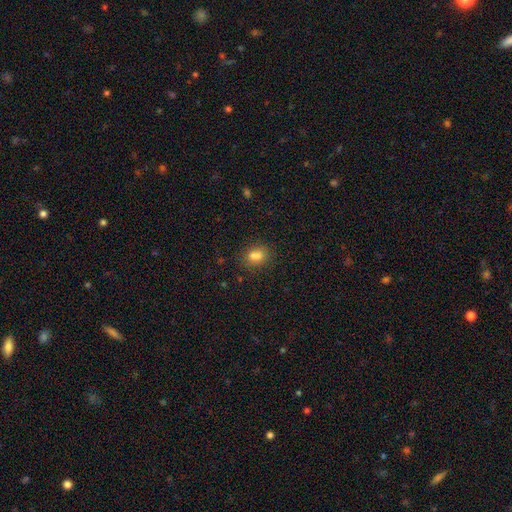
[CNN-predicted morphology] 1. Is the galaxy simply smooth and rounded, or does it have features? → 80% smooth, 12% star or artifact, 8% featured or disk.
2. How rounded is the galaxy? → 67% in between, 31% round, 3% cigar-shaped.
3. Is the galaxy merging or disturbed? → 69% none, 14% minor disturbance, 13% merger, 4% major disturbance.